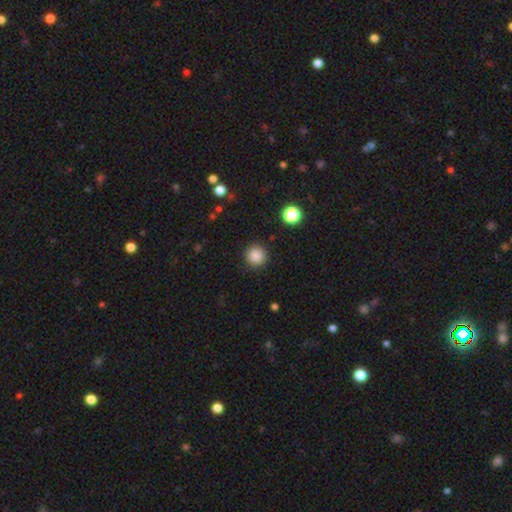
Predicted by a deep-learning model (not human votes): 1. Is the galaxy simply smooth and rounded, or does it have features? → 86% smooth, 11% star or artifact, 3% featured or disk.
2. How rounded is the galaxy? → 95% round, 4% in between, 1% cigar-shaped.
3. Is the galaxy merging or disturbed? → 91% none, 6% minor disturbance, 2% major disturbance, 1% merger.